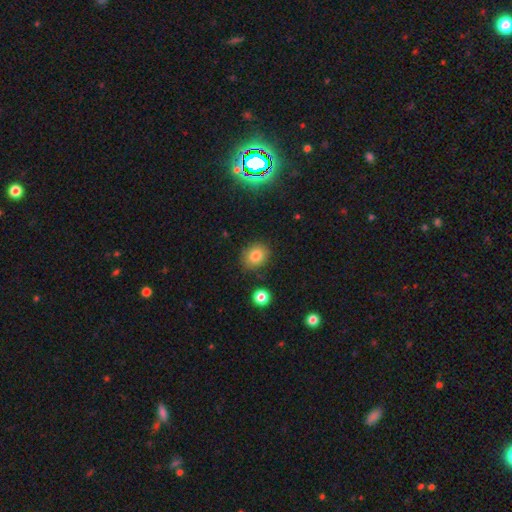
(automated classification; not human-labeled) Smooth or featured? Predicted: smooth (p=0.82). How rounded? Predicted: round (p=0.55). Merging? Predicted: none (p=0.84).